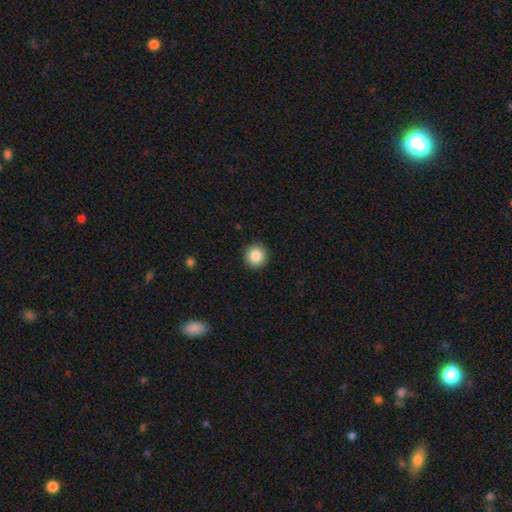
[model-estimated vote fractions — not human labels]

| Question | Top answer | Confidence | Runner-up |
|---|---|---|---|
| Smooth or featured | smooth | 86% | star or artifact (9%) |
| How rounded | round | 94% | in between (5%) |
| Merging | none | 92% | minor disturbance (5%) |